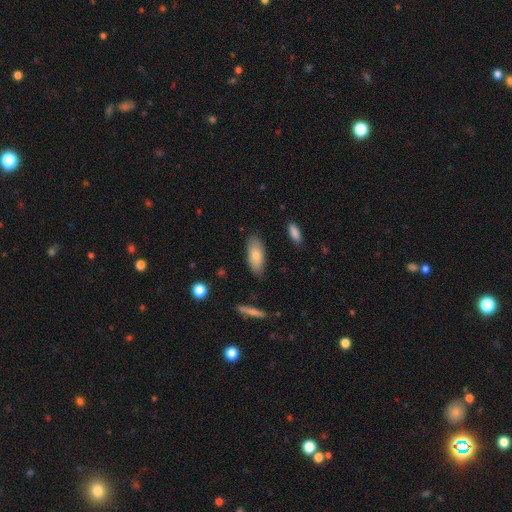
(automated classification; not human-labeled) Overall: smooth (79%). How rounded: in between (81%). Merging: none (81%).